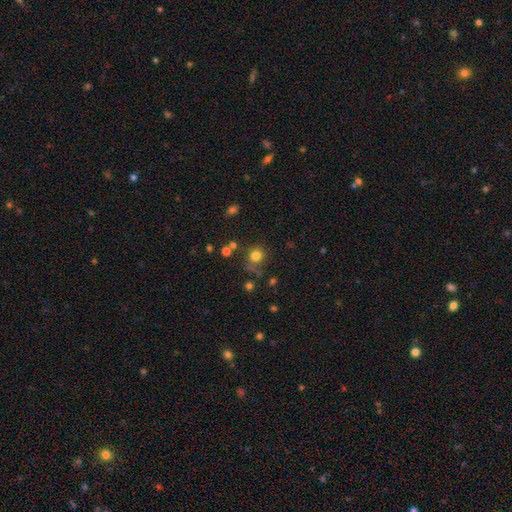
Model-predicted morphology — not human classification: Smooth or featured? smooth (77%)
How rounded? round (88%)
Merging? none (71%)